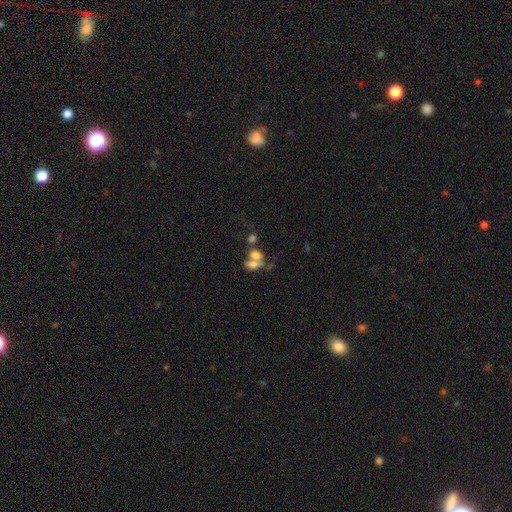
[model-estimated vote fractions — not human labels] Morphology: type=smooth (60%); roundness=in between (70%); merging=merger (62%).